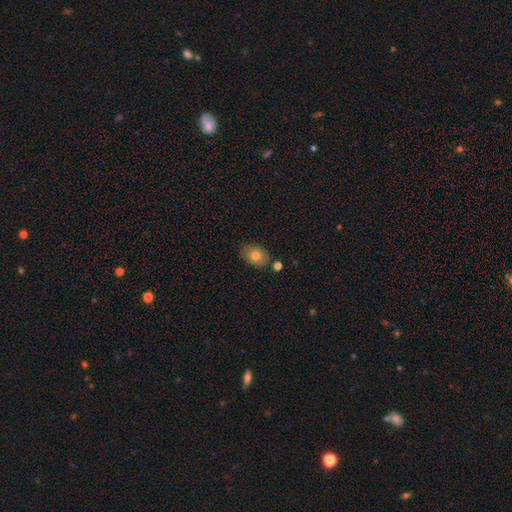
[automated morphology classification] A smooth galaxy with no disk features (76%) that is in between round and cigar-shaped (70%). Merging: none (77%).